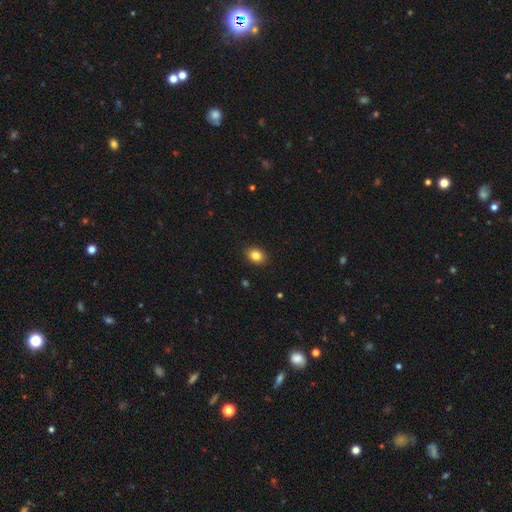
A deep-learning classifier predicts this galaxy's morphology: This appears to be a smooth galaxy with no disk features (84%) that is in between round and cigar-shaped (63%). Merging: none (90%).